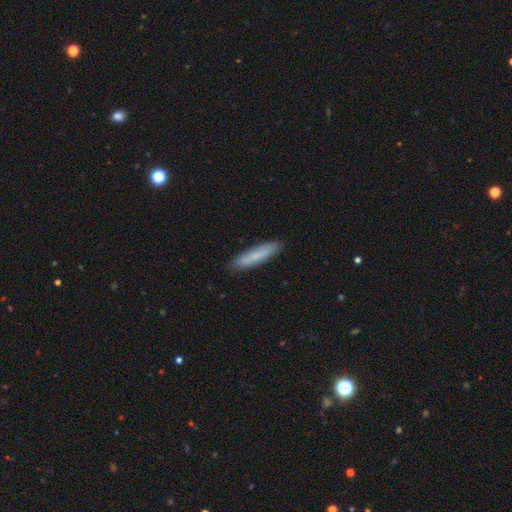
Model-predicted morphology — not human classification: Overall: smooth (73%). How rounded: cigar-shaped (84%). Merging: none (87%).